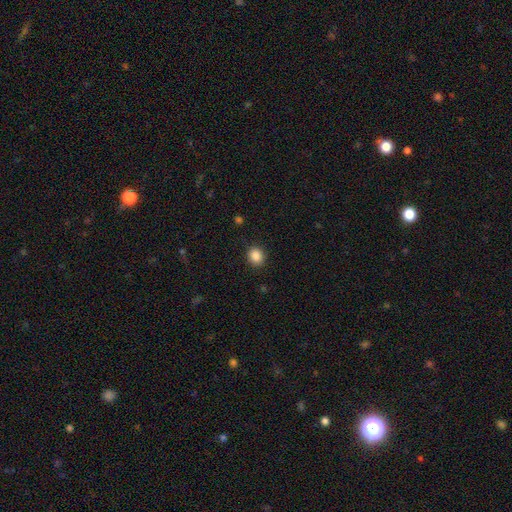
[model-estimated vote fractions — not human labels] Smooth or featured?
  - smooth: 87% *
  - star or artifact: 10%
  - featured or disk: 3%
How rounded?
  - round: 74% *
  - in between: 25%
  - cigar-shaped: 1%
Merging?
  - none: 89% *
  - minor disturbance: 7%
  - major disturbance: 2%
  - merger: 1%